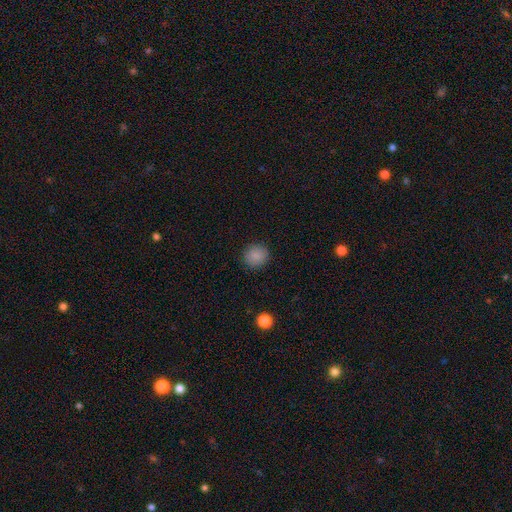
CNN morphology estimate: A smooth galaxy with no disk features (87%) that is round (88%). Merging: none (91%).